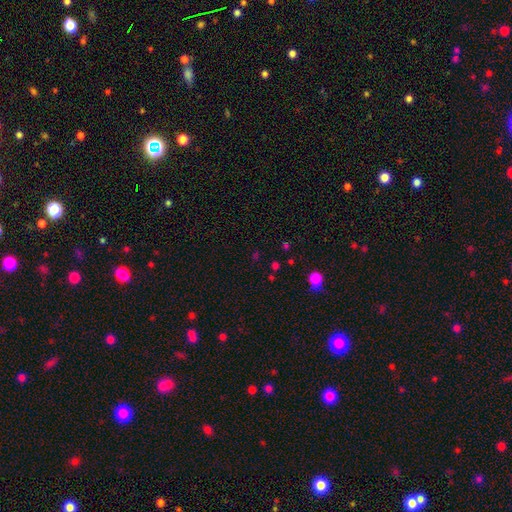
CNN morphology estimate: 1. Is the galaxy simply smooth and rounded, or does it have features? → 51% star or artifact, 42% smooth, 7% featured or disk.